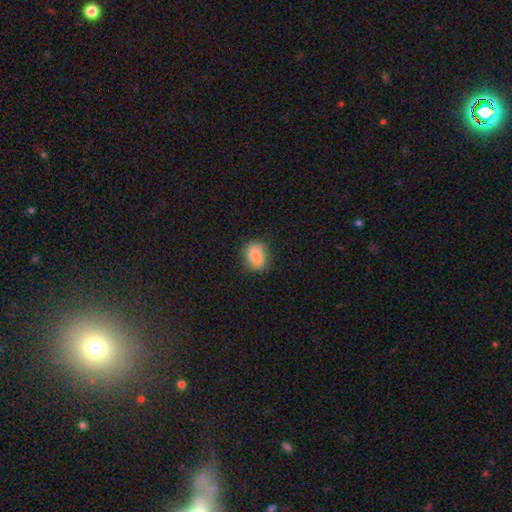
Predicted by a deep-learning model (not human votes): The model was most divided on "how rounded" (2-way tie): in between: 49%, round: 49%, cigar-shaped: 1%. More confident: smooth or featured — smooth (81%); merging — none (76%).